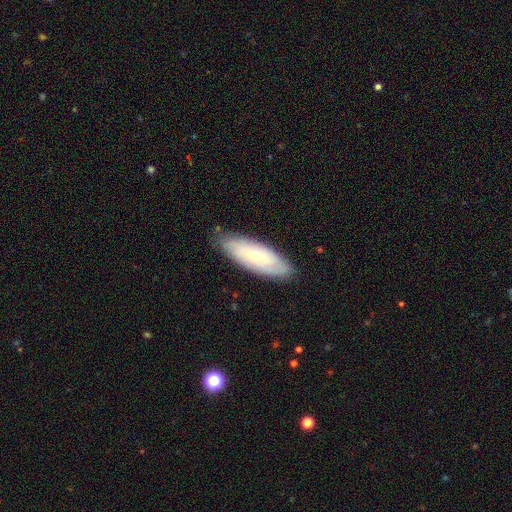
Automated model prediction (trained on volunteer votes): This appears to be a smooth galaxy with no disk features (48%). Merging: none (81%).